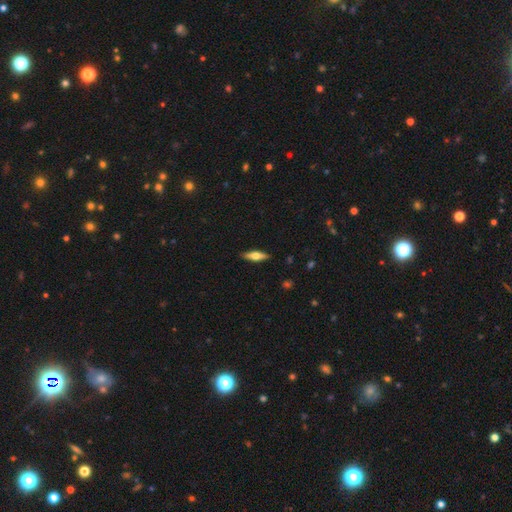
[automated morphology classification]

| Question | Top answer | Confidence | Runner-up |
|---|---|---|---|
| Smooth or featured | featured or disk | 48% | smooth (46%) |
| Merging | none | 89% | minor disturbance (8%) |